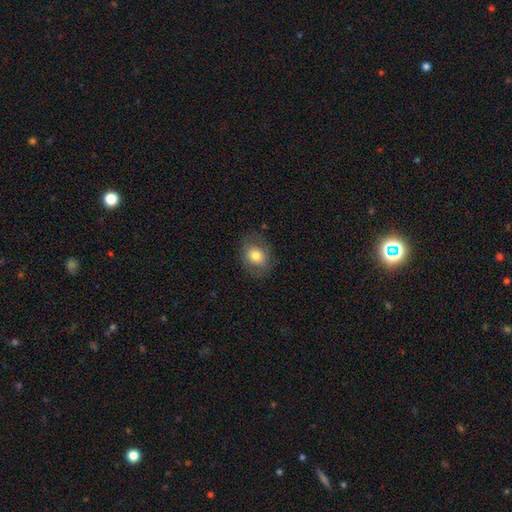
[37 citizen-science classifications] Smooth or featured? 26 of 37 (70%) said smooth. How rounded? 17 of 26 (65%) said round. Merging? 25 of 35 (71%) said none.